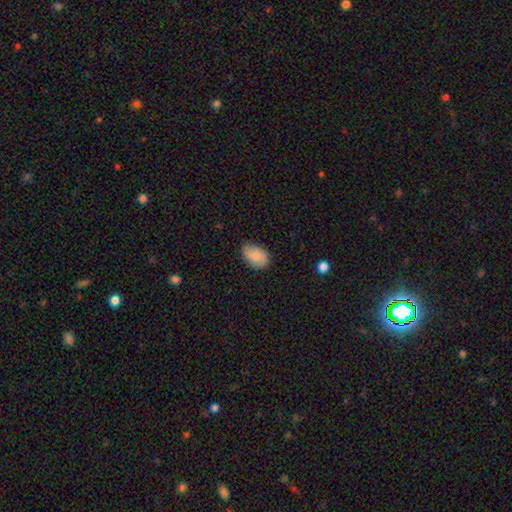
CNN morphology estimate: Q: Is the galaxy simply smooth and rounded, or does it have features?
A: smooth — 84%.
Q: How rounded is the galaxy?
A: in between — 88%.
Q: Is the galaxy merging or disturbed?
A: none — 72%.